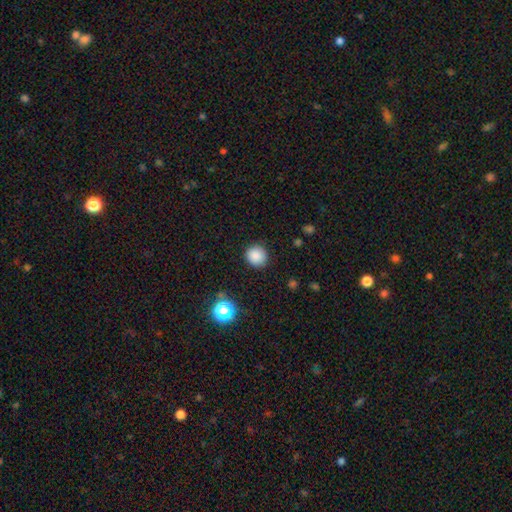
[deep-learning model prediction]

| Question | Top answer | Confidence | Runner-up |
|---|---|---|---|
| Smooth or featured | smooth | 86% | star or artifact (11%) |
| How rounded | round | 90% | in between (9%) |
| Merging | none | 89% | minor disturbance (8%) |